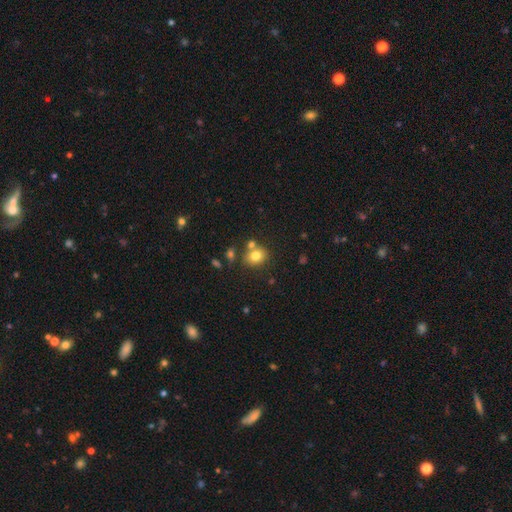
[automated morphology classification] smooth_or_featured: smooth (p=0.78) [alt: star or artifact p=0.11]
how_rounded: round (p=0.54) [alt: in between p=0.45]
merging: none (p=0.66) [alt: merger p=0.18]